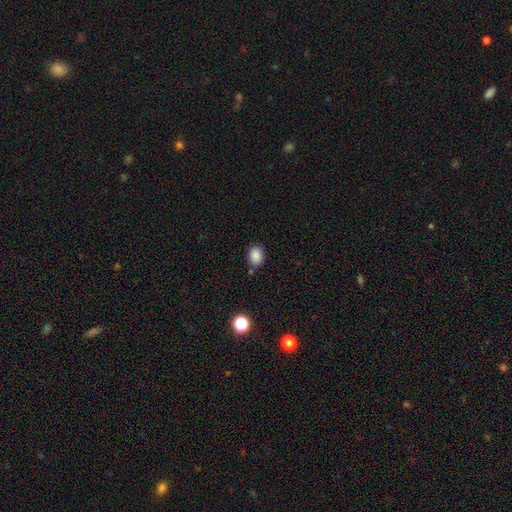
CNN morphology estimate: type=smooth (87%); roundness=in between (66%); merging=none (80%).